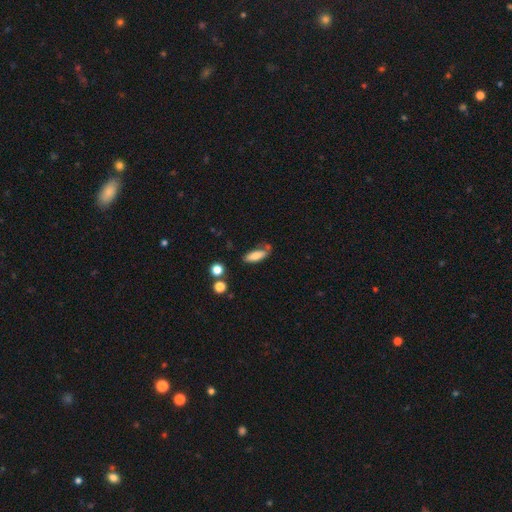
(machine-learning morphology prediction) This appears to be a smooth galaxy with no disk features (76%) that is in between round and cigar-shaped (69%). Merging: none (56%).